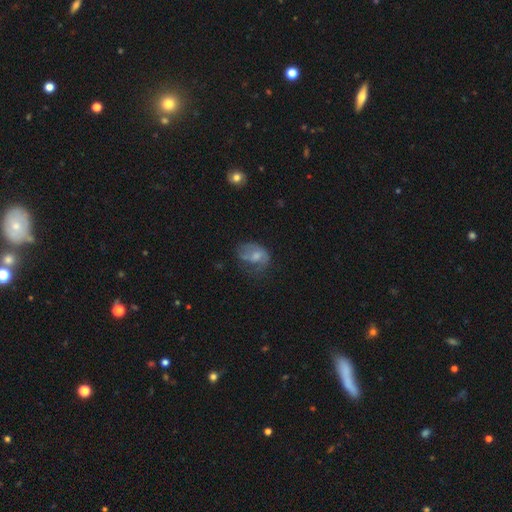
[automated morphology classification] This is possibly a smooth galaxy (50%). Merging: marginally none (36%).